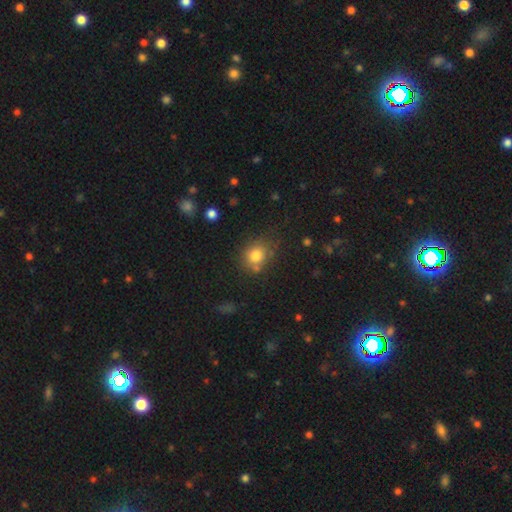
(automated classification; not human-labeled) smooth-or-featured: smooth: 80% | star or artifact: 11% | featured or disk: 9%
  how-rounded: round: 71% | in between: 28% | cigar-shaped: 1%
  merging: none: 69% | minor disturbance: 17% | merger: 8% | major disturbance: 6%